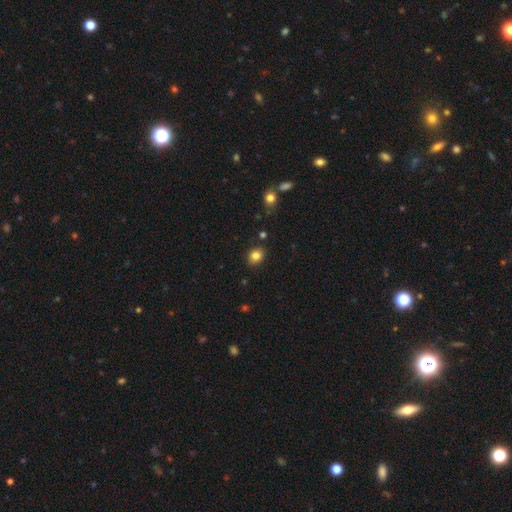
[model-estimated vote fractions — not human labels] Smooth or featured? Predicted: smooth (p=0.84). How rounded? Predicted: round (p=0.52). Merging? Predicted: none (p=0.85).